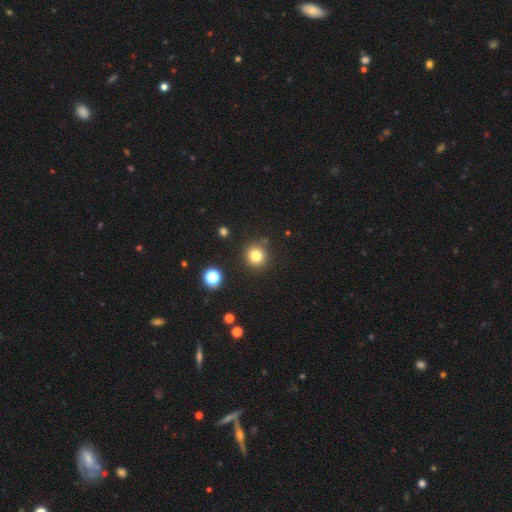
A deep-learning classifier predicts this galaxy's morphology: Smooth or featured?
  - smooth: 81% *
  - star or artifact: 13%
  - featured or disk: 6%
How rounded?
  - round: 93% *
  - in between: 6%
  - cigar-shaped: 1%
Merging?
  - none: 87% *
  - minor disturbance: 7%
  - merger: 3%
  - major disturbance: 3%